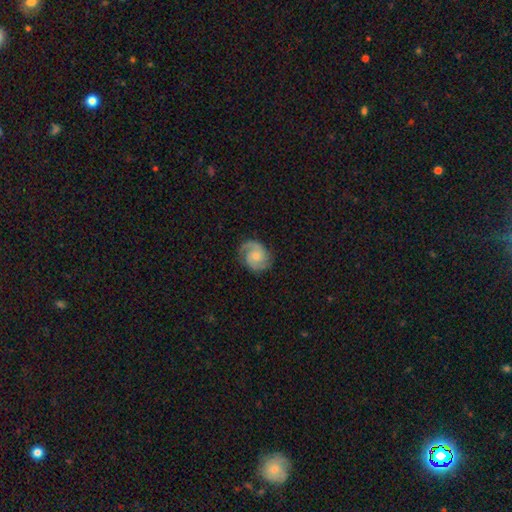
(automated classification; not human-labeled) A featured or disk galaxy (82%) with no bar (67%), 2 (85%) medium (47%) spiral arms (97%) and a small central bulge (50%).

Vote fractions:
- Smooth or featured? featured or disk: 82% / smooth: 13% / star or artifact: 6%
- Edge-on disk? no: 98% / yes: 2%
- Bar? no: 67% / weak: 29% / strong: 4%
- Spiral arms? yes: 97% / no: 3%
- Spiral winding? medium: 47% / tight: 41% / loose: 12%
- Spiral arm count? 2: 85% / can't tell: 5% / 3: 4% / 1: 3% / 4: 1% / more than 4: 1%
- Bulge size? small: 50% / moderate: 40% / none: 7% / large: 3% / dominant: 1%
- Merging? none: 80% / minor disturbance: 14% / major disturbance: 5% / merger: 1%